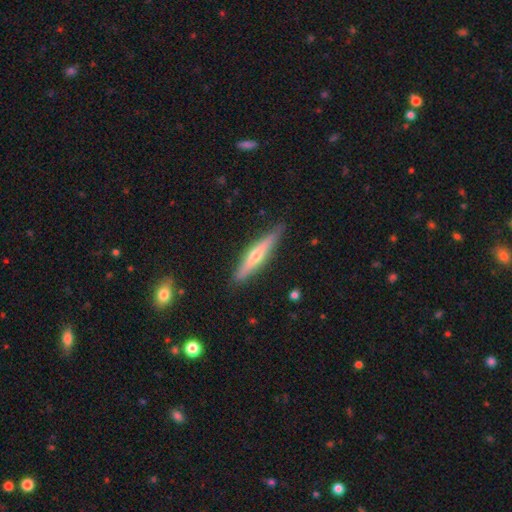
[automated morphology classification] type=featured or disk (62%); edge-on=yes (96%); edge-on bulge=rounded (85%); merging=none (88%).